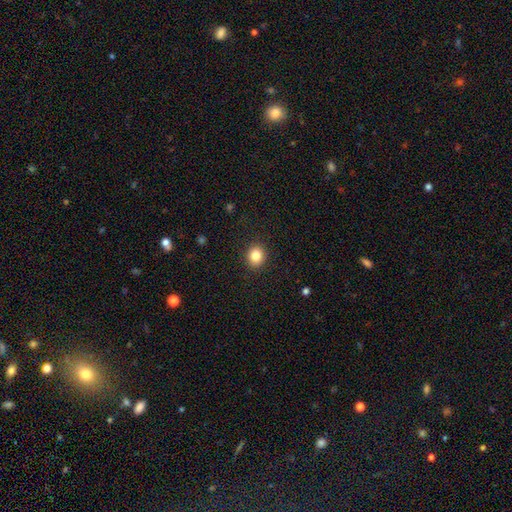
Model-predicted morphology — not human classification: A smooth galaxy with no disk features (84%) that is round (78%).

Vote fractions:
- Smooth or featured? smooth: 84% / star or artifact: 10% / featured or disk: 6%
- How rounded? round: 78% / in between: 21% / cigar-shaped: 1%
- Merging? none: 91% / minor disturbance: 6% / major disturbance: 2% / merger: 1%